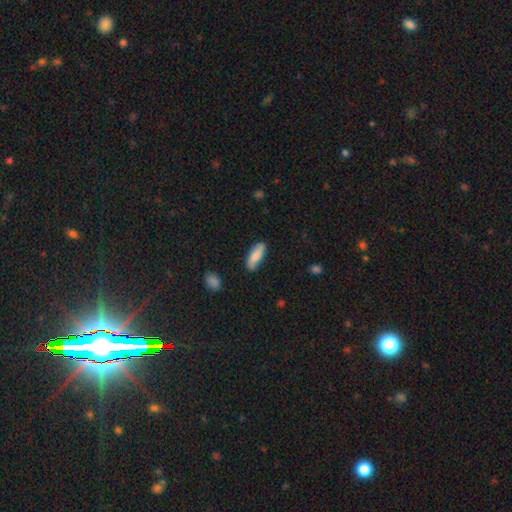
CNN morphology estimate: A smooth galaxy with no disk features (74%) that is in between round and cigar-shaped (67%).

Vote fractions:
- Smooth or featured? smooth: 74% / featured or disk: 20% / star or artifact: 6%
- How rounded? in between: 67% / cigar-shaped: 30% / round: 2%
- Merging? none: 81% / minor disturbance: 14% / major disturbance: 3% / merger: 2%